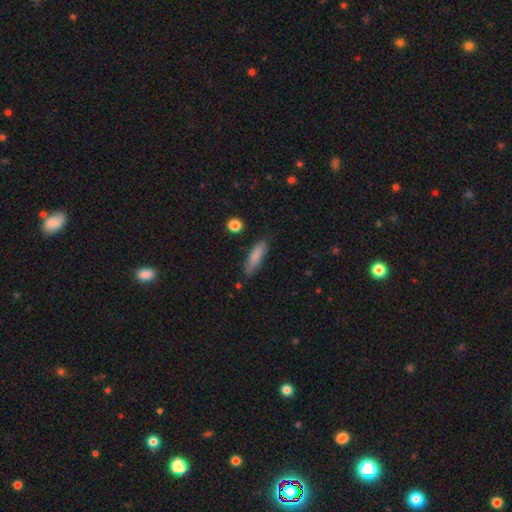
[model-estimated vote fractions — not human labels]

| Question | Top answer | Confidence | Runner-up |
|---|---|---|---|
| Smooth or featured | smooth | 82% | featured or disk (11%) |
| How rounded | cigar-shaped | 62% | in between (36%) |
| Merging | none | 80% | minor disturbance (15%) |